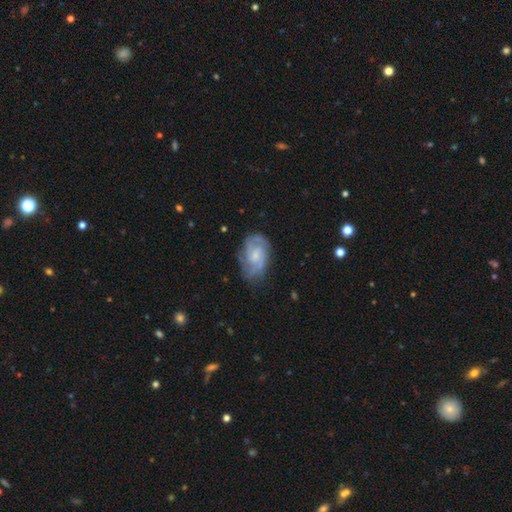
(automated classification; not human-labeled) smooth_or_featured: featured or disk (p=0.73) [alt: smooth p=0.21]
disk_edge_on: no (p=0.97) [alt: yes p=0.03]
bar: no (p=0.56) [alt: weak p=0.39]
has_spiral_arms: yes (p=0.90) [alt: no p=0.10]
spiral_winding: medium (p=0.43) [tied with: tight p=0.43]
spiral_arm_count: 2 (p=0.39) [alt: can't tell p=0.28]
bulge_size: small (p=0.44) [alt: moderate p=0.33]
merging: none (p=0.66) [alt: minor disturbance p=0.22]